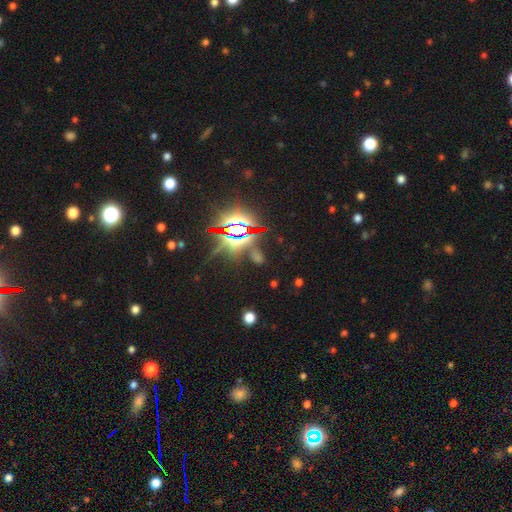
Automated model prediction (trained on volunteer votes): Q: Smooth or featured?
A: star or artifact (78%); runner-up: smooth (13%)